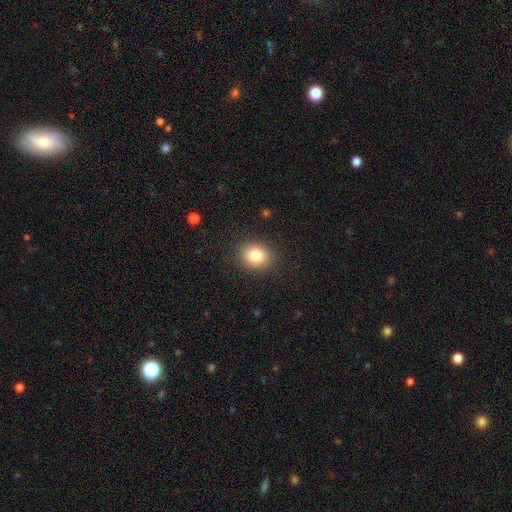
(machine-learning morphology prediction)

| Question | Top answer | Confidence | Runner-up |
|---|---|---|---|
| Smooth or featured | smooth | 82% | star or artifact (10%) |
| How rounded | round | 67% | in between (32%) |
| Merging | none | 89% | minor disturbance (7%) |